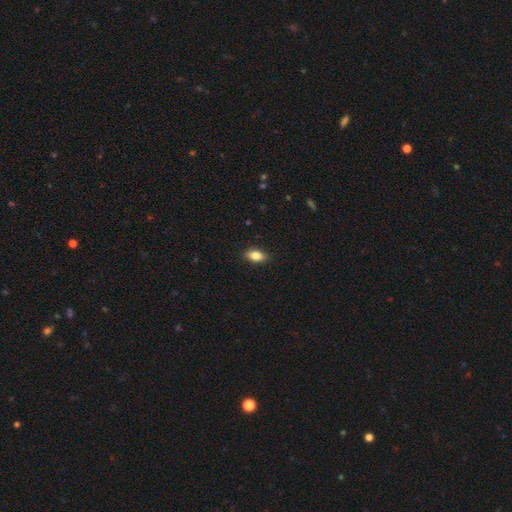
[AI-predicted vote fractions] smooth 83%, featured or disk 9%, star or artifact 8%. Down the decision tree: how rounded — in between (88%); merging — none (88%).